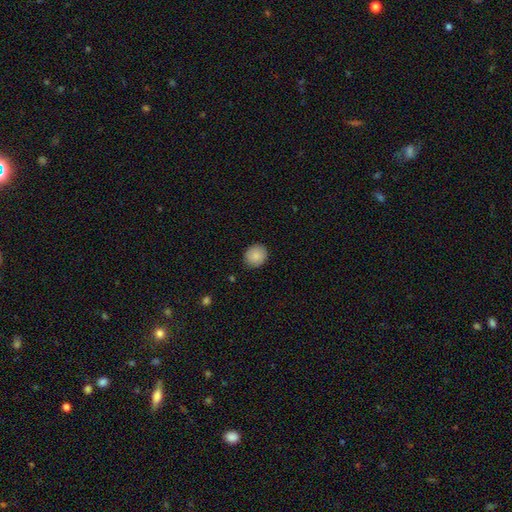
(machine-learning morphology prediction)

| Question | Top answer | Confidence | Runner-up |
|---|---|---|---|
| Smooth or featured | smooth | 87% | star or artifact (8%) |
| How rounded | round | 83% | in between (16%) |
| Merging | none | 89% | minor disturbance (8%) |